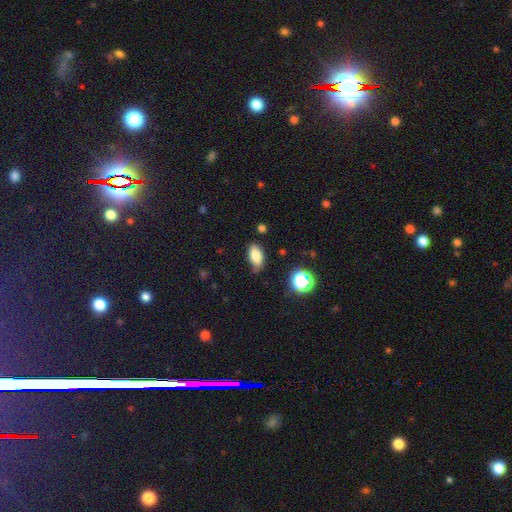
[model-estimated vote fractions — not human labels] smooth 81%, star or artifact 10%, featured or disk 9%. Down the decision tree: how rounded — in between (90%); merging — none (71%).